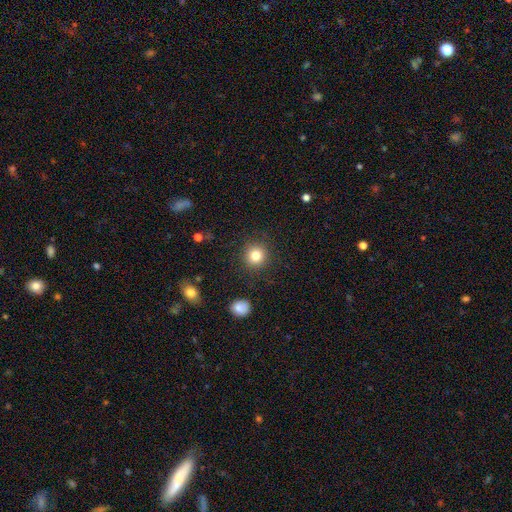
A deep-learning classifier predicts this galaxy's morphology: smooth_or_featured: smooth (p=0.82) [alt: star or artifact p=0.11]
how_rounded: round (p=0.93) [alt: in between p=0.06]
merging: none (p=0.90) [alt: minor disturbance p=0.06]